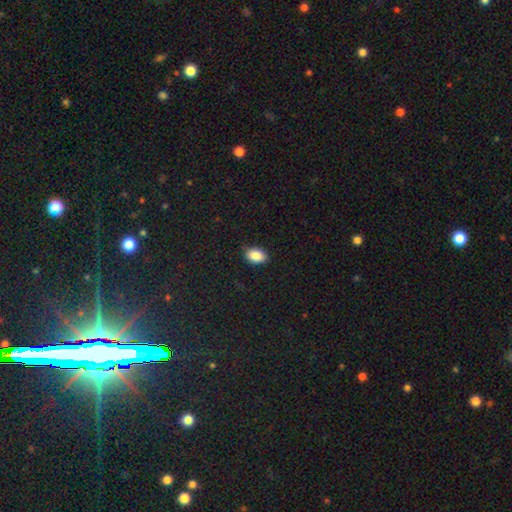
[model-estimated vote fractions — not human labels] Morphology: type=smooth (88%); roundness=in between (87%); merging=none (84%).